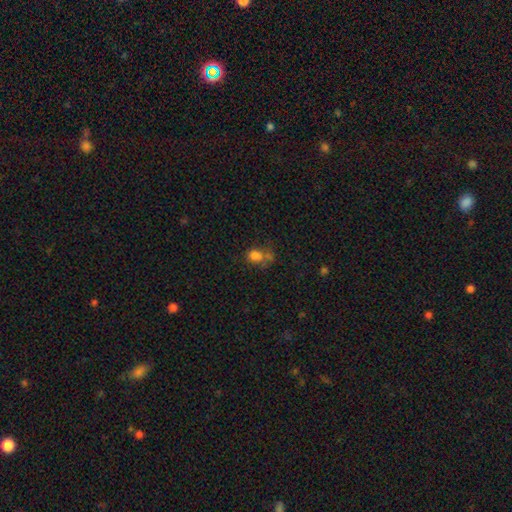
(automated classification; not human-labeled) This appears to be a smooth galaxy with no disk features (76%) that is in between round and cigar-shaped (57%). Merging: none (38%).